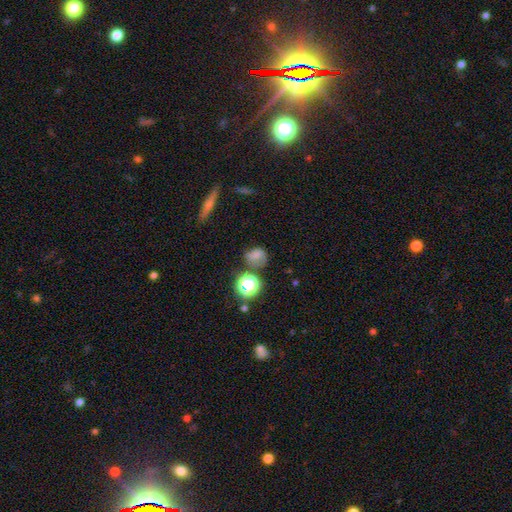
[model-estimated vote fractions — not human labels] Smooth or featured? Predicted: smooth (p=0.65). How rounded? Predicted: round (p=0.60). Merging? Predicted: none (p=0.56).